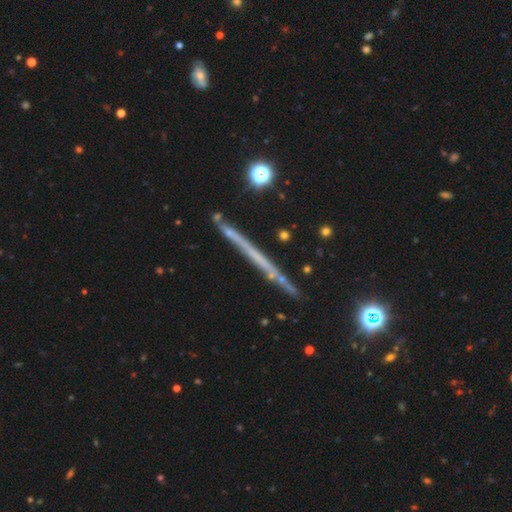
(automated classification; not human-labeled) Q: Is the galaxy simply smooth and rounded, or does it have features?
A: featured or disk — 62%.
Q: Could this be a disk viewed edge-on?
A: yes — 97%.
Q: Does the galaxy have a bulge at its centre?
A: none — 92%.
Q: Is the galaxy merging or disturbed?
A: none — 88%.